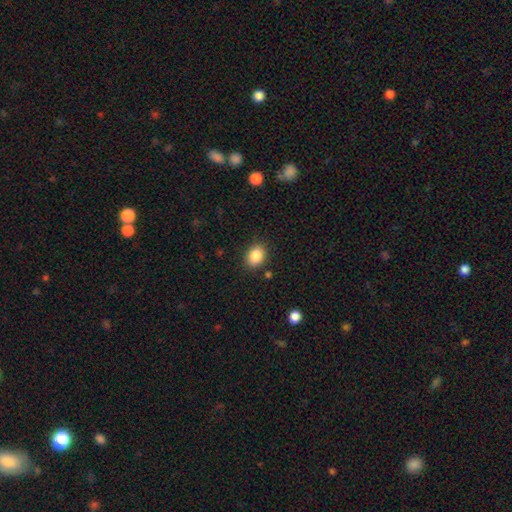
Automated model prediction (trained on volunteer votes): Smooth or featured? smooth (87%)
How rounded? in between (64%)
Merging? none (85%)